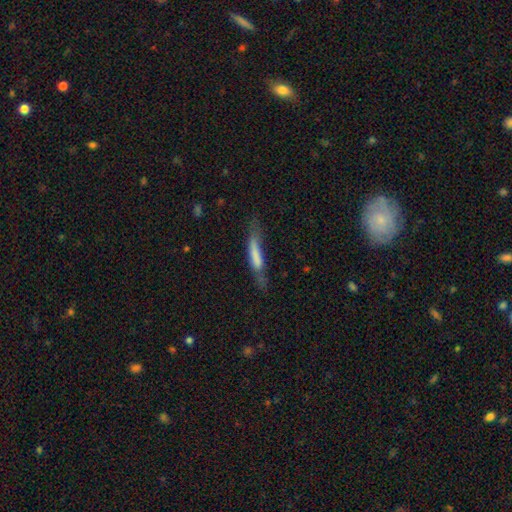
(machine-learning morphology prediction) Smooth or featured? smooth (66%)
How rounded? cigar-shaped (86%)
Merging? none (47%)